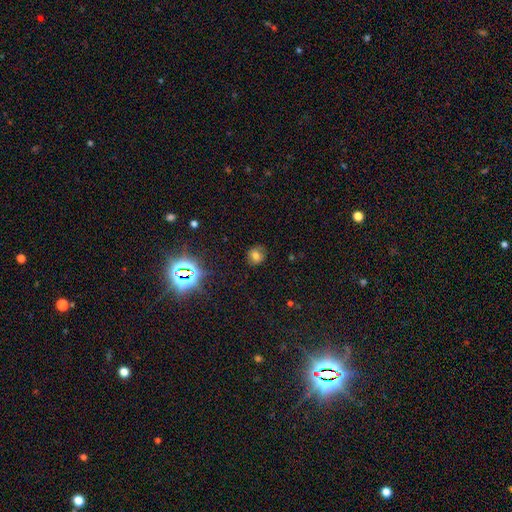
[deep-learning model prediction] A smooth galaxy with no disk features (66%) that is round (75%). Merging: none (82%).